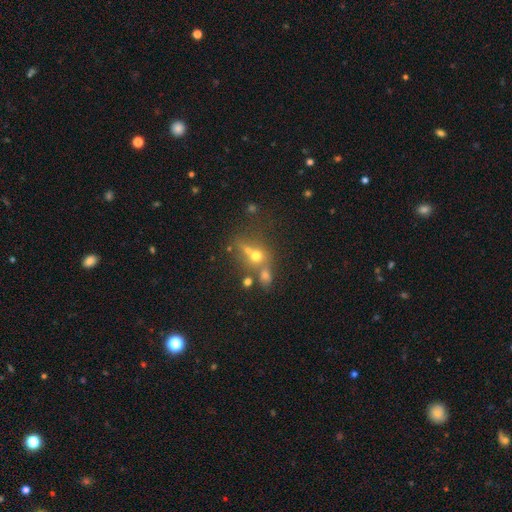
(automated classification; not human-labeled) smooth-or-featured: smooth: 43% | featured or disk: 29% | star or artifact: 28%
  merging: merger: 45% | none: 38% | minor disturbance: 9% | major disturbance: 7%